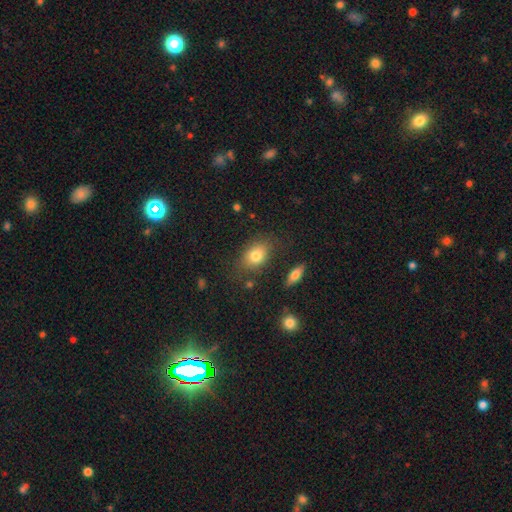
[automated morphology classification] Q: Smooth or featured?
A: smooth (79%); runner-up: featured or disk (11%)
Q: How rounded?
A: in between (76%); runner-up: round (23%)
Q: Merging?
A: none (75%); runner-up: minor disturbance (16%)